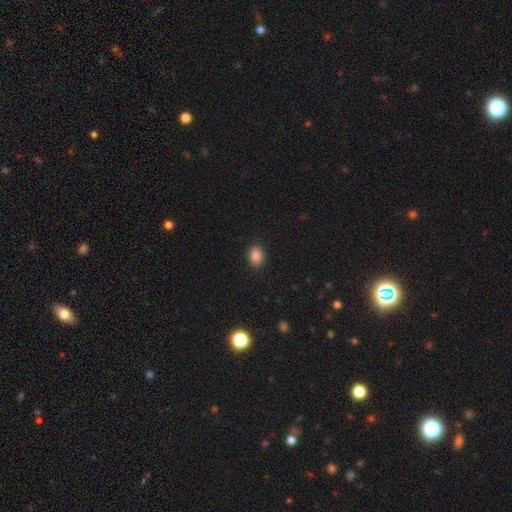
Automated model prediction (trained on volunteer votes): Smooth or featured? smooth (87%)
How rounded? in between (70%)
Merging? none (89%)